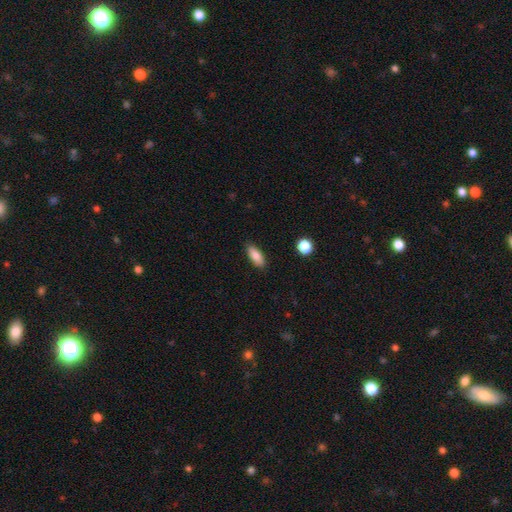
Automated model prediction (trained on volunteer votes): Morphology: type=smooth (85%); roundness=in between (76%); merging=none (87%).